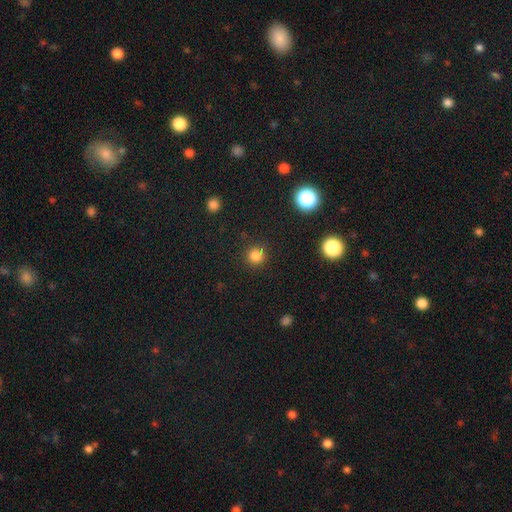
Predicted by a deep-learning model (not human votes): This appears to be a smooth galaxy with no disk features (81%) that is round (93%). Merging: none (87%).